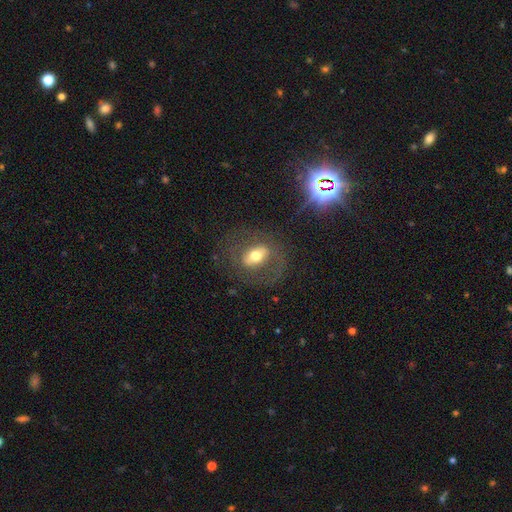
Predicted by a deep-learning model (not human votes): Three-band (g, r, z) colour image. It shows a featured or disk galaxy (55%). Merging: none (69%).